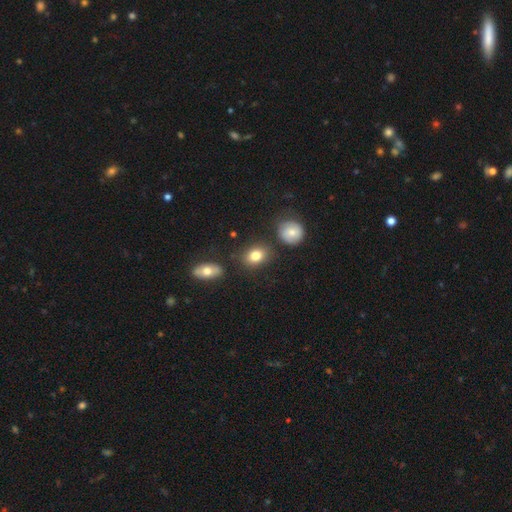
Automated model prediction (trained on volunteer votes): This is clearly a smooth galaxy (82%). How rounded: likely in between (69%). Merging: likely none (78%).